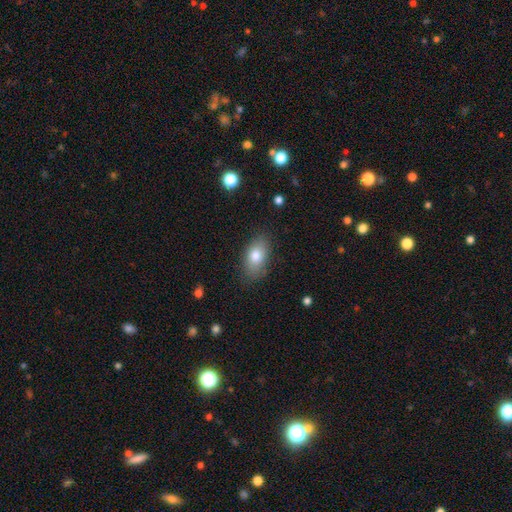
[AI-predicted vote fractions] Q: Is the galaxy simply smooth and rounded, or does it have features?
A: smooth — 78%.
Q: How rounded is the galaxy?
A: in between — 90%.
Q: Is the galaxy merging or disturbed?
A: none — 80%.